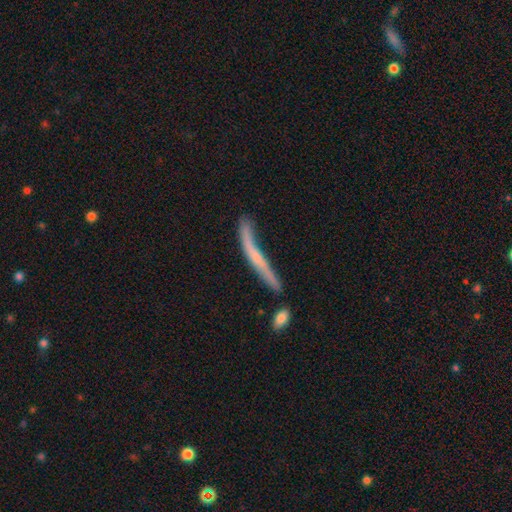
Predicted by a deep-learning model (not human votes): Smooth or featured?
  - featured or disk: 53% *
  - smooth: 40%
  - star or artifact: 8%
Edge-on disk?
  - yes: 79% *
  - no: 21%
Merging?
  - none: 43% *
  - minor disturbance: 26%
  - major disturbance: 16%
  - merger: 14%